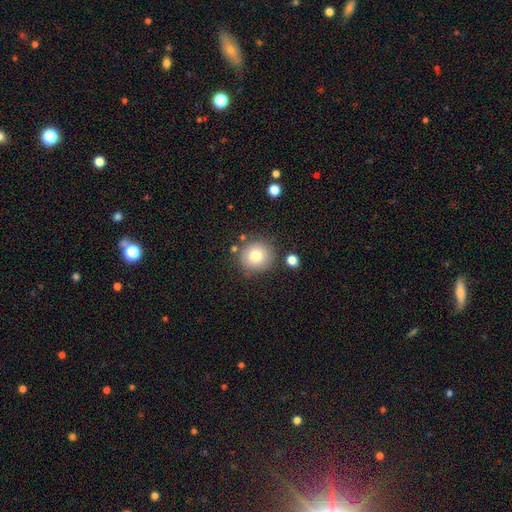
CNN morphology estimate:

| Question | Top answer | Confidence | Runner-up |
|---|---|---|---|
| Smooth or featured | smooth | 77% | featured or disk (12%) |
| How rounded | round | 91% | in between (8%) |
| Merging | none | 81% | minor disturbance (10%) |